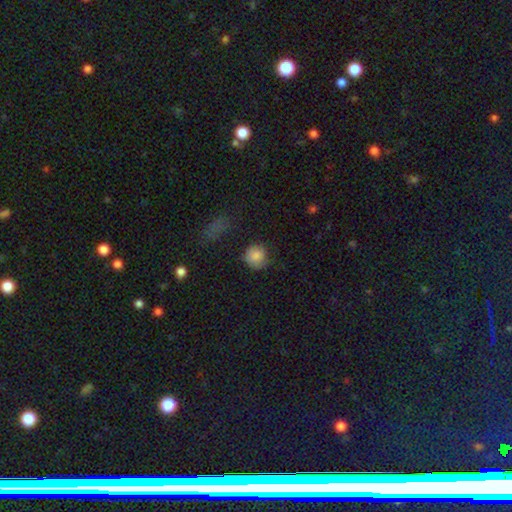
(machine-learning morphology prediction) This is clearly a smooth galaxy (83%). How rounded: clearly round (88%). Merging: likely none (65%).